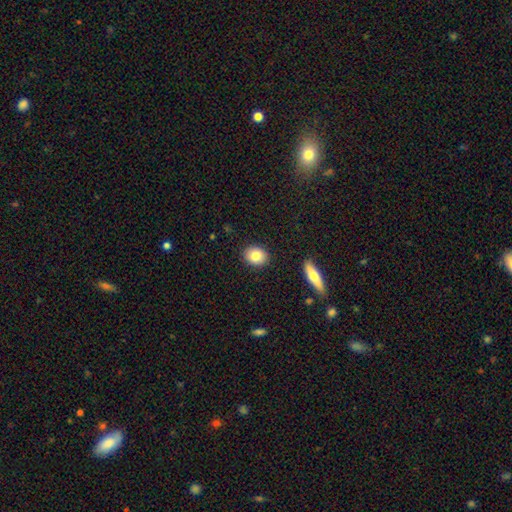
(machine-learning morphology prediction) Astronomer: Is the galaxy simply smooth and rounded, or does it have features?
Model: smooth — 83%.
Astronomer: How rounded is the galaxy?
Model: round — 51% (runner-up: in between, 47%).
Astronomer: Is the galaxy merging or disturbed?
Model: none — 89%.